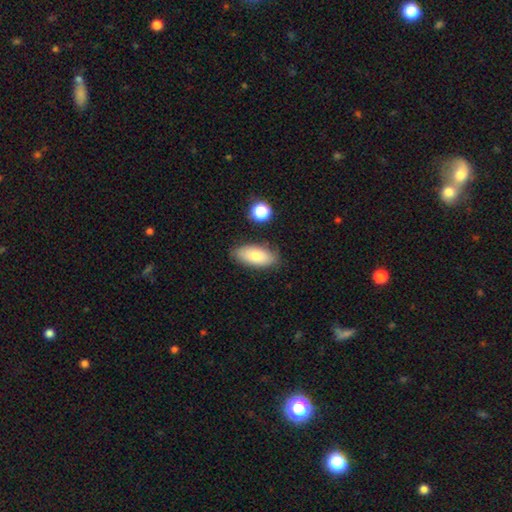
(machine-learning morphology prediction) Smooth or featured?
  - smooth: 80% *
  - featured or disk: 13%
  - star or artifact: 7%
How rounded?
  - in between: 88% *
  - cigar-shaped: 9%
  - round: 3%
Merging?
  - none: 80% *
  - minor disturbance: 14%
  - merger: 3%
  - major disturbance: 3%